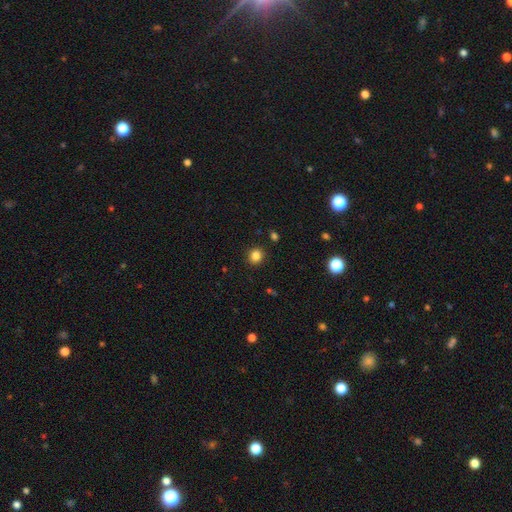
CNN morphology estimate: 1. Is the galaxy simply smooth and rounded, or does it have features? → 83% smooth, 12% star or artifact, 5% featured or disk.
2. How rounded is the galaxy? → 82% round, 17% in between, 1% cigar-shaped.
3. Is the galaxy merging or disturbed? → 90% none, 6% minor disturbance, 2% major disturbance, 1% merger.